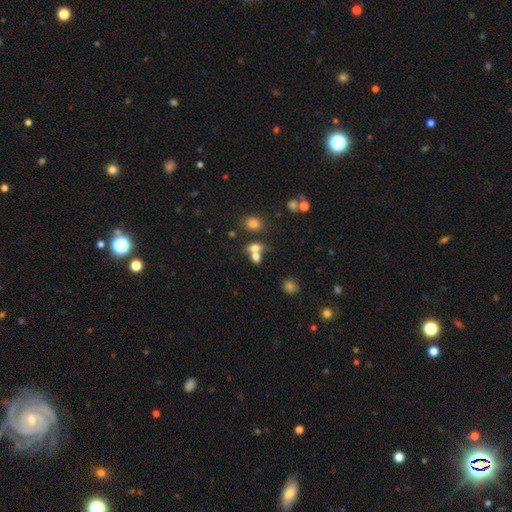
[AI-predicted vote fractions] A smooth galaxy with no disk features (71%) that is in between round and cigar-shaped (57%). Merging: merger (58%).